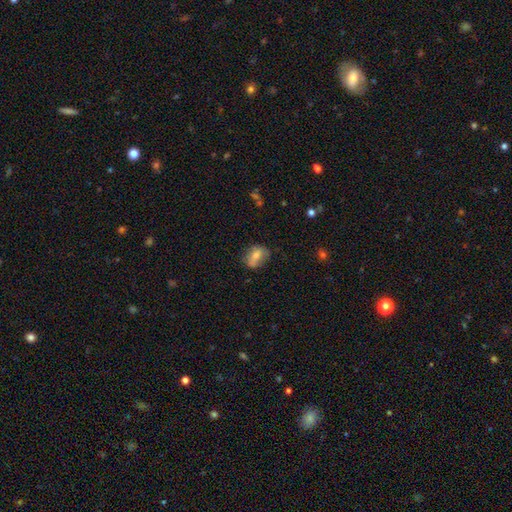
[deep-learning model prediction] A smooth galaxy with no disk features (66%) that is in between round and cigar-shaped (68%). Merging: none (68%).